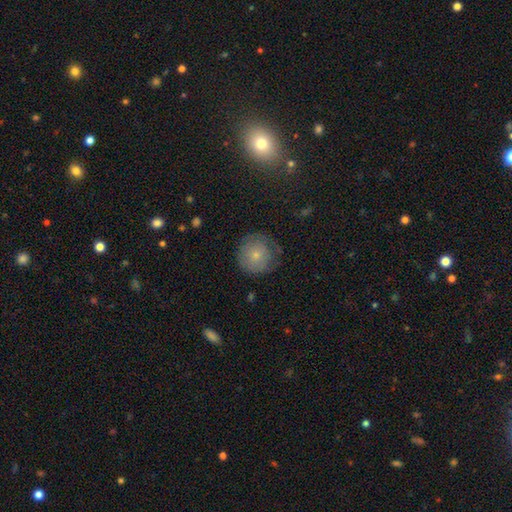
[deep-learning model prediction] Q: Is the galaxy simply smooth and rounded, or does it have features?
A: smooth — 68%.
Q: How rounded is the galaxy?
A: round — 94%.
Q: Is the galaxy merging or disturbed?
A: none — 67%.